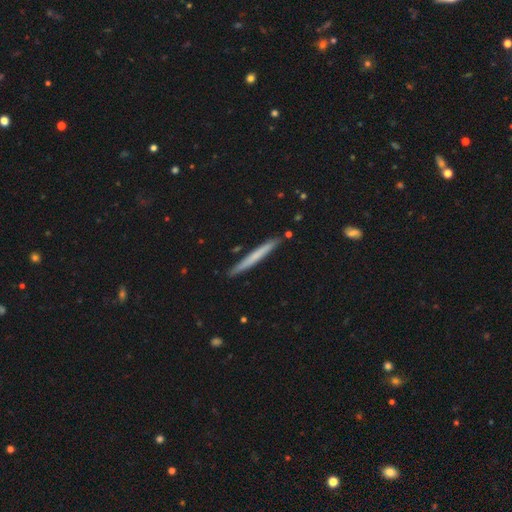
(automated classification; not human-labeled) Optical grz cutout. It shows a smooth galaxy with no disk features (59%) that is cigar-shaped (97%). Merging: none (88%).